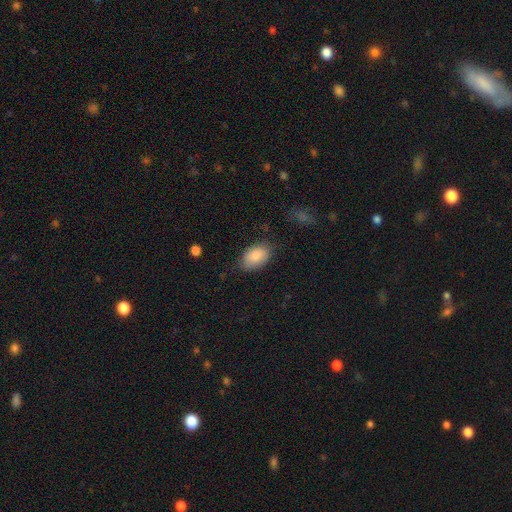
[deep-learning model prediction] Smooth or featured?
  - smooth: 86% *
  - featured or disk: 8%
  - star or artifact: 7%
How rounded?
  - in between: 91% *
  - round: 7%
  - cigar-shaped: 1%
Merging?
  - none: 74% *
  - minor disturbance: 20%
  - major disturbance: 5%
  - merger: 2%